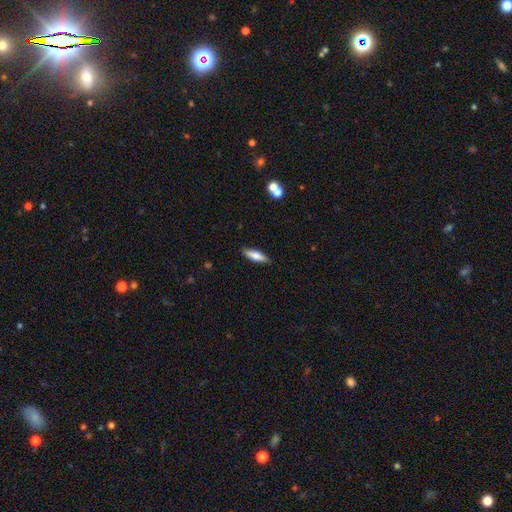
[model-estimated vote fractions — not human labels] Overall: smooth (70%). How rounded: cigar-shaped (62%; in between 36%). Merging: none (88%).